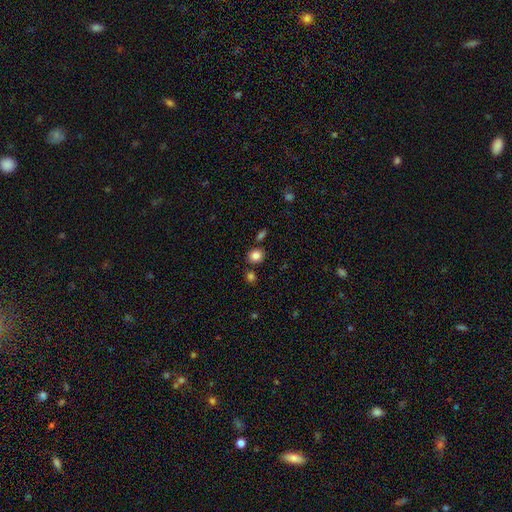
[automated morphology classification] A smooth galaxy with no disk features (84%) that is round (79%). Merging: none (81%).